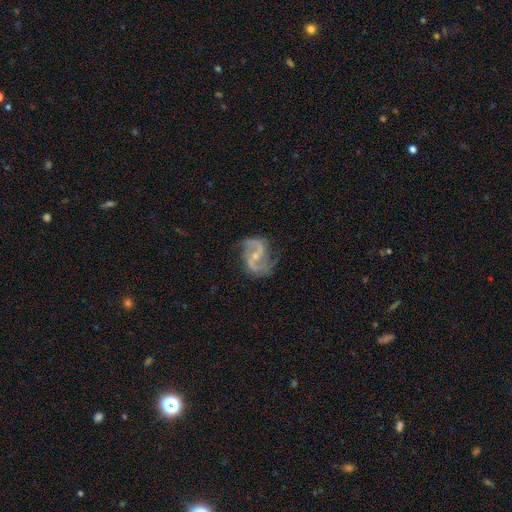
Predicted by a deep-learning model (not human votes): Smooth or featured? Predicted: featured or disk (p=0.91). Edge-on disk? Predicted: no (p=0.98). Bar? Predicted: weak (p=0.46). Spiral arms? Predicted: yes (p=0.97). Spiral winding? Predicted: medium (p=0.49). Spiral arm count? Predicted: 2 (p=0.92). Bulge size? Predicted: small (p=0.61). Merging? Predicted: none (p=0.73).